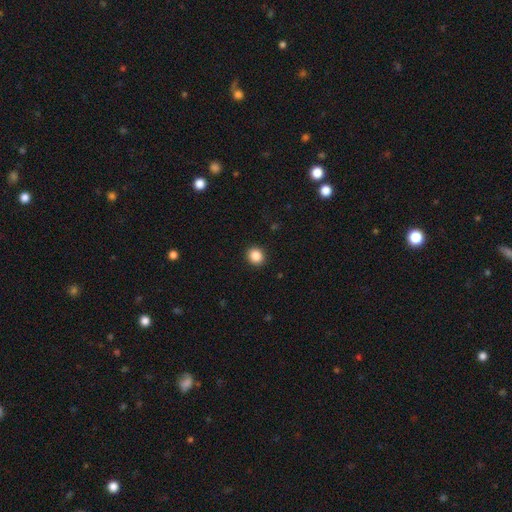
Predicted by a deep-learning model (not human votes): Morphology: type=smooth (86%); roundness=round (84%); merging=none (92%).